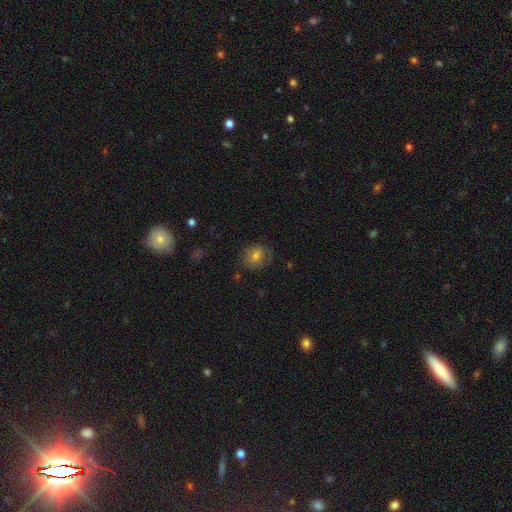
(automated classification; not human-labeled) Smooth or featured: smooth — 69% (featured or disk — 20%)
How rounded: round — 67% (in between — 32%)
Merging: none — 73% (minor disturbance — 19%)